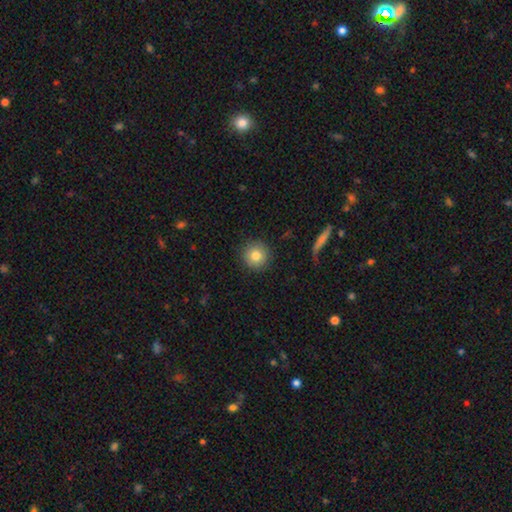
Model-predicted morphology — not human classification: A smooth galaxy with no disk features (80%) that is round (95%).

Vote fractions:
- Smooth or featured? smooth: 80% / featured or disk: 11% / star or artifact: 9%
- How rounded? round: 95% / in between: 4% / cigar-shaped: 1%
- Merging? none: 89% / minor disturbance: 7% / major disturbance: 2% / merger: 1%